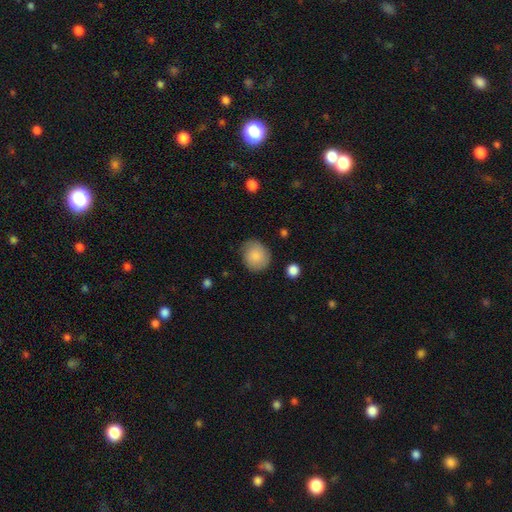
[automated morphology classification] Smooth or featured?
  - smooth: 83% *
  - featured or disk: 10%
  - star or artifact: 7%
How rounded?
  - round: 78% *
  - in between: 22%
  - cigar-shaped: 1%
Merging?
  - none: 76% *
  - minor disturbance: 18%
  - major disturbance: 4%
  - merger: 1%